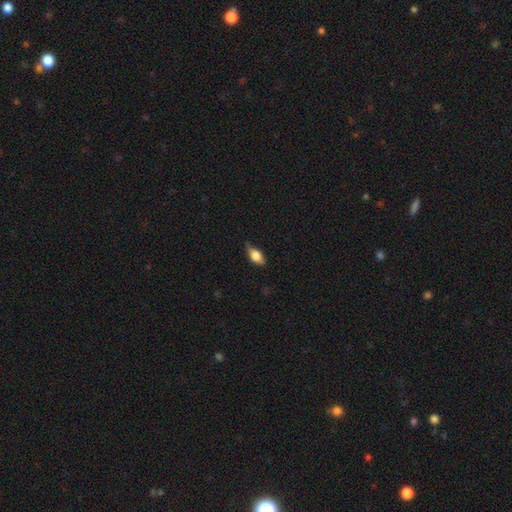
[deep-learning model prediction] The model was most divided on "merging": none: 65%, minor disturbance: 28%, major disturbance: 6%, merger: 2%. More confident: how rounded — in between (83%); smooth or featured — smooth (67%).